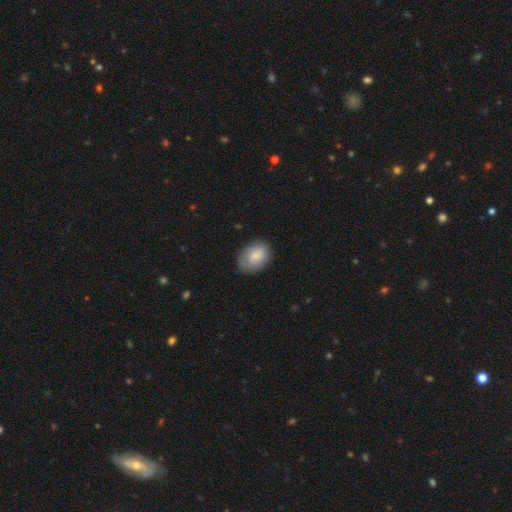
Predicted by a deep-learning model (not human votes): Smooth or featured?
  - smooth: 77% *
  - featured or disk: 17%
  - star or artifact: 7%
How rounded?
  - in between: 77% *
  - round: 22%
  - cigar-shaped: 1%
Merging?
  - none: 75% *
  - minor disturbance: 19%
  - major disturbance: 5%
  - merger: 1%